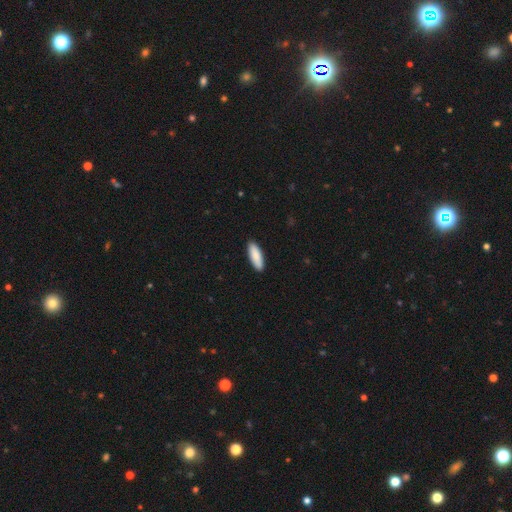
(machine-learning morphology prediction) smooth-or-featured: smooth: 89% | featured or disk: 6% | star or artifact: 5%
  how-rounded: in between: 56% | cigar-shaped: 43% | round: 2%
  merging: none: 91% | minor disturbance: 7% | major disturbance: 1% | merger: 1%